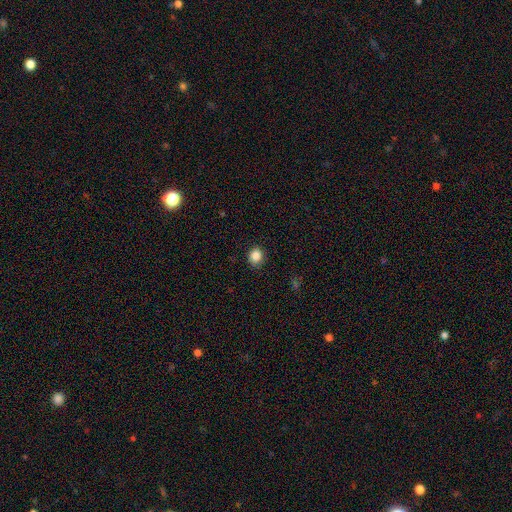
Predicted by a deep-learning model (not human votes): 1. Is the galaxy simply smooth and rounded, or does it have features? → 87% smooth, 10% star or artifact, 3% featured or disk.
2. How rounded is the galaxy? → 70% round, 29% in between, 1% cigar-shaped.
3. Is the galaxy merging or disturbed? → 88% none, 8% minor disturbance, 2% major disturbance, 1% merger.